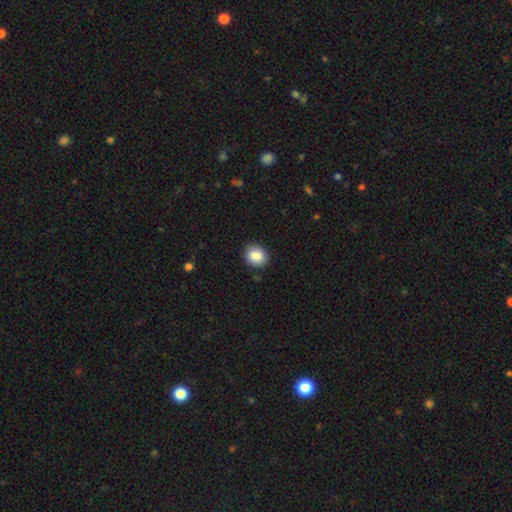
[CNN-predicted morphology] Smooth or featured: smooth — 86% (star or artifact — 9%)
How rounded: round — 69% (in between — 30%)
Merging: none — 87% (minor disturbance — 9%)